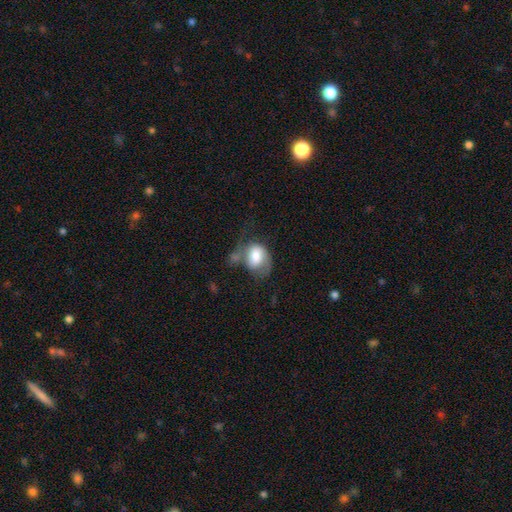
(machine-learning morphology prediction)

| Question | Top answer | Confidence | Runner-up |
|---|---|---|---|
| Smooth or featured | smooth | 56% | featured or disk (36%) |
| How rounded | in between | 71% | round (28%) |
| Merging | major disturbance | 30% | none (29%) |